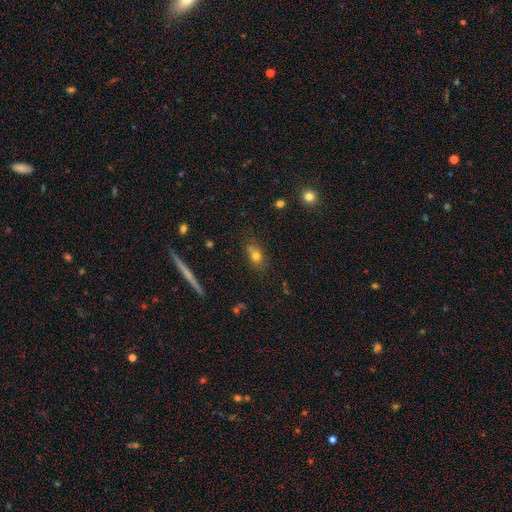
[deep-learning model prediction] smooth-or-featured: smooth: 71% | featured or disk: 15% | star or artifact: 14%
  how-rounded: in between: 55% | round: 38% | cigar-shaped: 7%
  merging: none: 60% | minor disturbance: 18% | merger: 16% | major disturbance: 6%